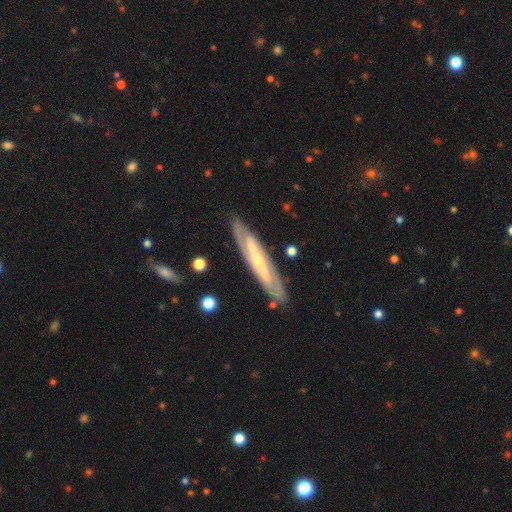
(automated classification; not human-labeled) Overall: featured or disk (75%). Edge-on disk: no (55%; yes 45%). Merging: none (82%).